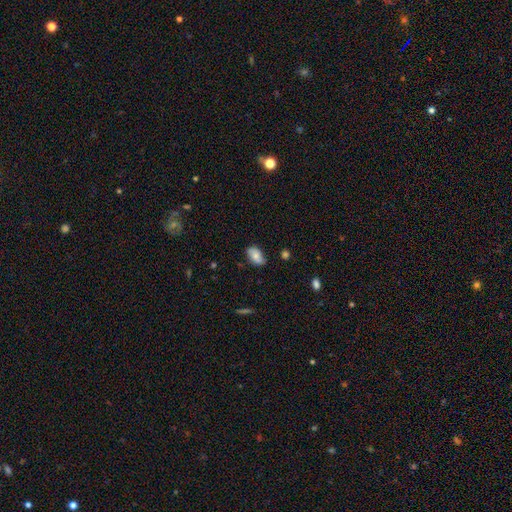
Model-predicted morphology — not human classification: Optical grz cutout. It shows a smooth galaxy with no disk features (68%) that is in between round and cigar-shaped (92%). Merging: none (72%).